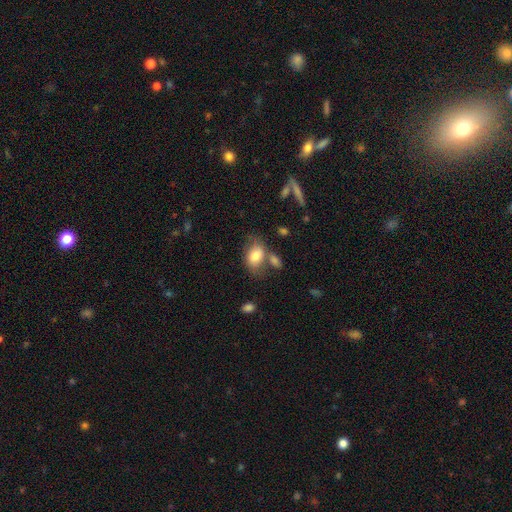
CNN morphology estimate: smooth 76%, featured or disk 16%, star or artifact 8%. Down the decision tree: how rounded — in between (86%); merging — none (48%).